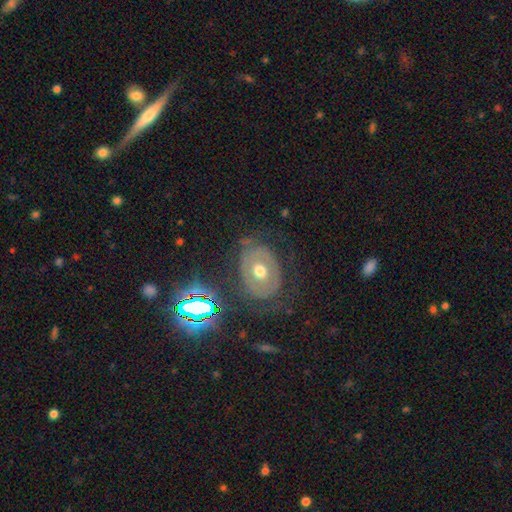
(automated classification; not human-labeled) Smooth or featured? Predicted: featured or disk (p=0.62). Edge-on disk? Predicted: no (p=0.94). Bar? Predicted: no (p=0.78). Spiral arms? Predicted: no (p=0.57). Bulge size? Predicted: moderate (p=0.74). Merging? Predicted: none (p=0.76).